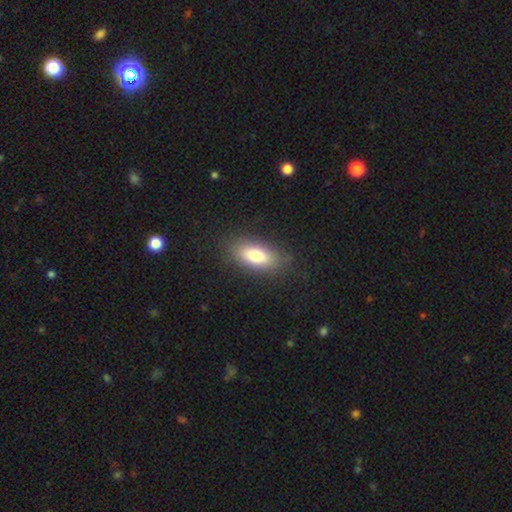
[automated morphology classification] Overall: smooth (77%). How rounded: in between (86%). Merging: none (84%).